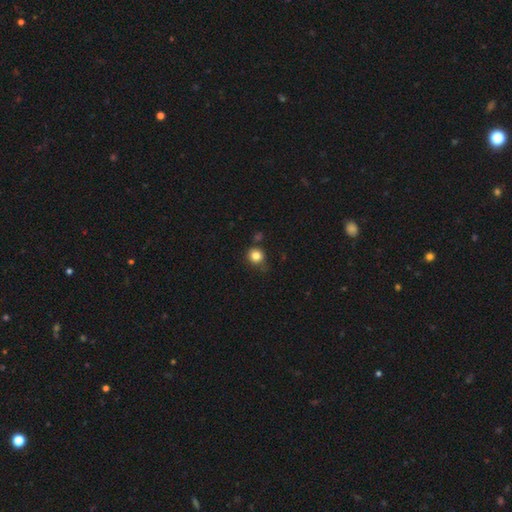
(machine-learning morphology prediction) Q: Smooth or featured?
A: smooth (83%); runner-up: star or artifact (12%)
Q: How rounded?
A: round (85%); runner-up: in between (14%)
Q: Merging?
A: none (72%); runner-up: minor disturbance (18%)